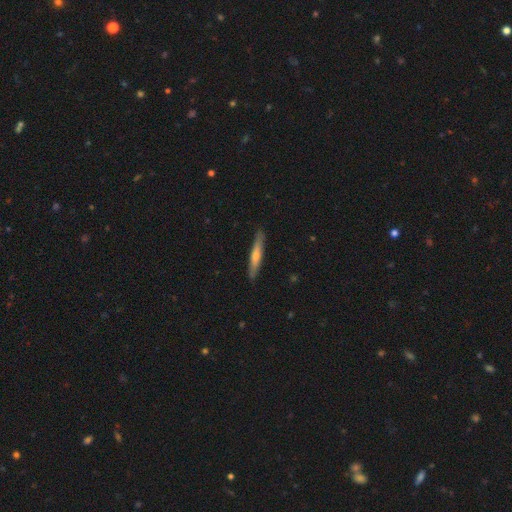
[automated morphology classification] The model was most divided on "smooth or featured": smooth: 49%, featured or disk: 46%, star or artifact: 5%. More confident: merging — none (89%).